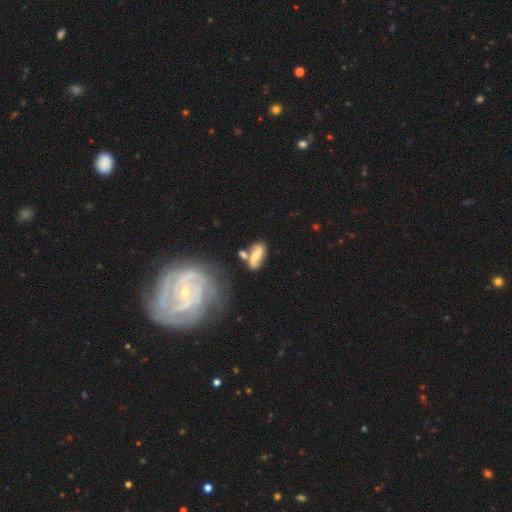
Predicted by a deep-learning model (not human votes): featured or disk 48%, smooth 43%, star or artifact 9%. Down the decision tree: merging — none (55%).